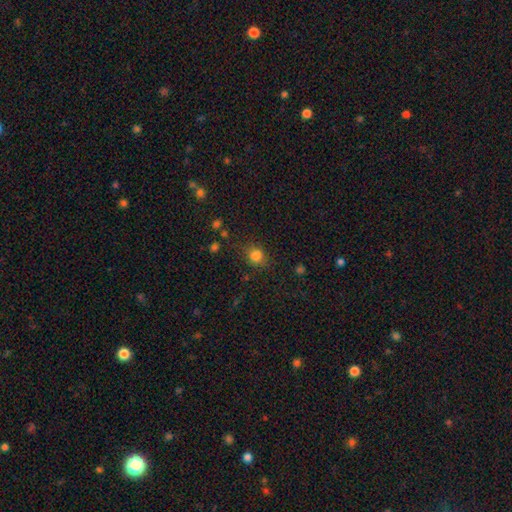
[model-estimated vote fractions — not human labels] smooth 79%, star or artifact 15%, featured or disk 6%. Down the decision tree: how rounded — round (68%); merging — none (73%).